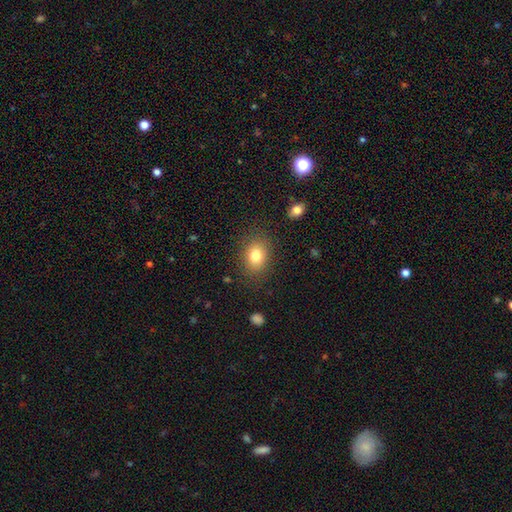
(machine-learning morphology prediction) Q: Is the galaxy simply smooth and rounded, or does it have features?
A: smooth — 80%.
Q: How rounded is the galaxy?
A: in between — 66%.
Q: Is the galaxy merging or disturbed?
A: none — 84%.